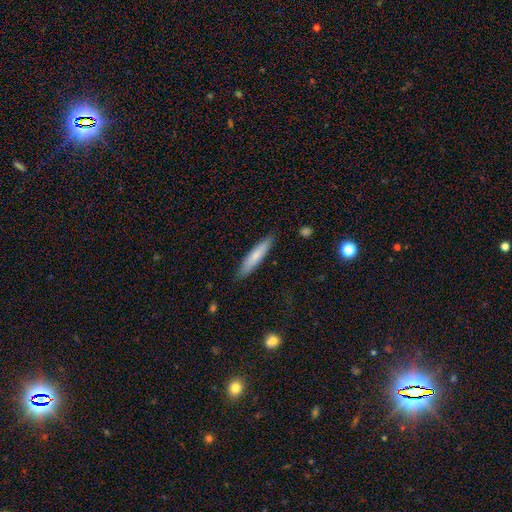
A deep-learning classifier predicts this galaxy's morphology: This is likely a smooth galaxy (72%). How rounded: clearly cigar-shaped (86%). Merging: clearly none (87%).